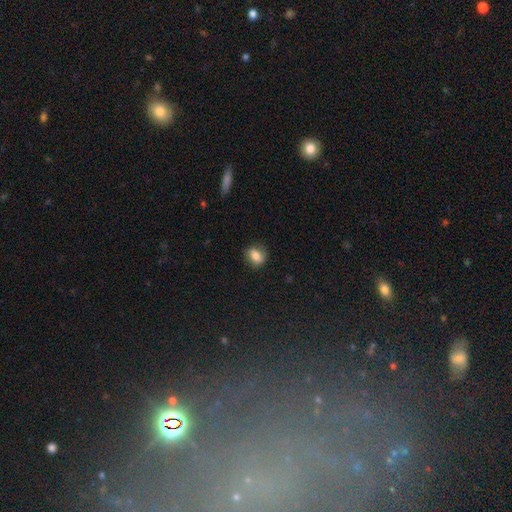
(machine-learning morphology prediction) Smooth or featured? Predicted: smooth (p=0.79). How rounded? Predicted: in between (p=0.61). Merging? Predicted: none (p=0.73).